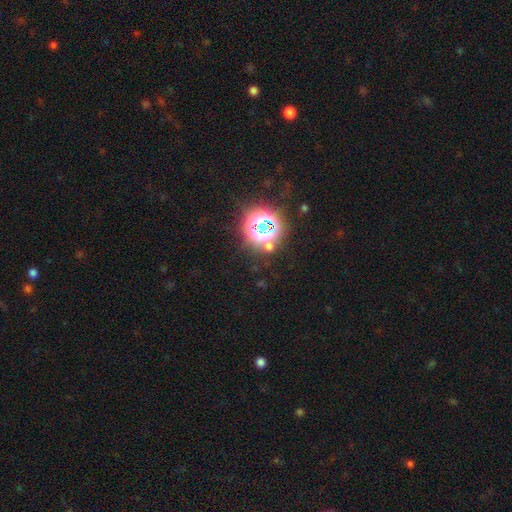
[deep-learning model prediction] A star or artifact, not a galaxy (84%).